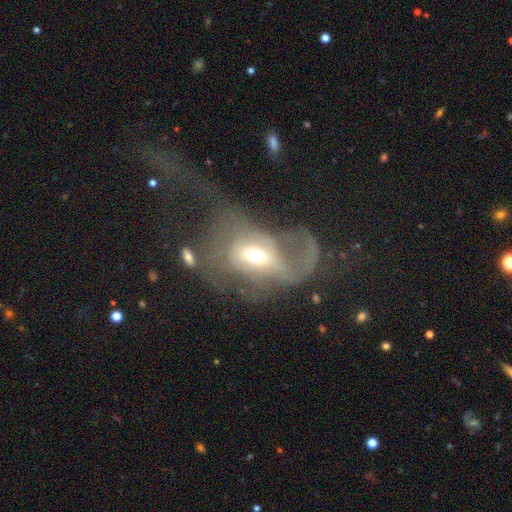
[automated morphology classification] The model was most divided on "smooth or featured": featured or disk: 55%, smooth: 35%, star or artifact: 10%. More confident: edge-on disk — no (94%); merging — major disturbance (68%); spiral arms — no (62%); bar — no (62%); bulge size — moderate (57%).